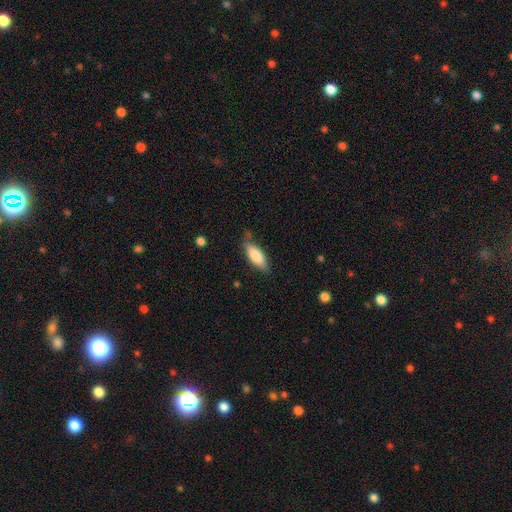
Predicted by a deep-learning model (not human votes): smooth-or-featured: smooth: 81% | featured or disk: 13% | star or artifact: 6%
  how-rounded: in between: 70% | cigar-shaped: 29% | round: 2%
  merging: none: 74% | minor disturbance: 19% | major disturbance: 4% | merger: 3%